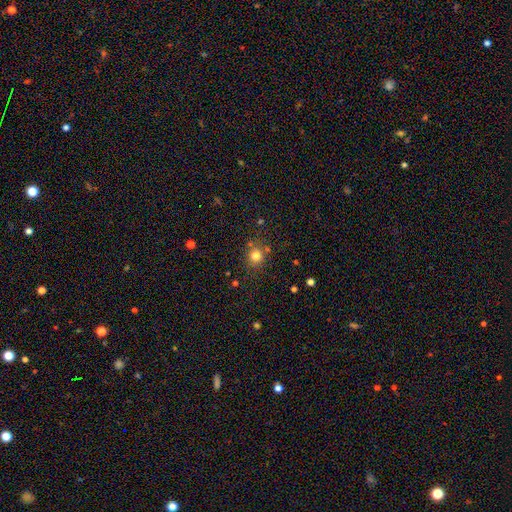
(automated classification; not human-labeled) Overall: smooth (78%). How rounded: round (86%). Merging: none (78%).